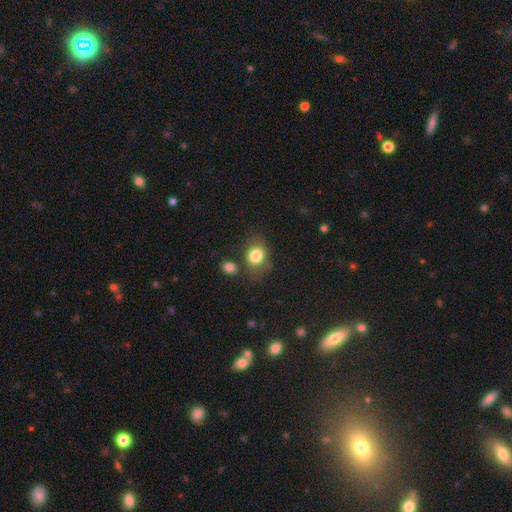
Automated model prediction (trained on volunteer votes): This appears to be a smooth galaxy with no disk features (82%) that is round (52%). Merging: none (66%).